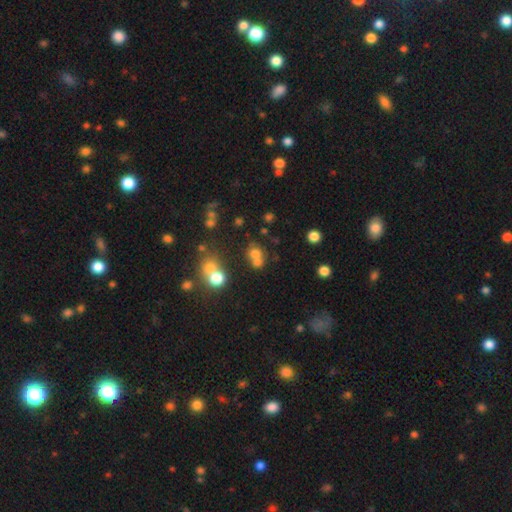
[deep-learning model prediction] smooth-or-featured: smooth: 67% | star or artifact: 19% | featured or disk: 14%
  how-rounded: round: 75% | in between: 24% | cigar-shaped: 1%
  merging: merger: 43% (tied) | none: 43% (tied) | minor disturbance: 9% | major disturbance: 5%